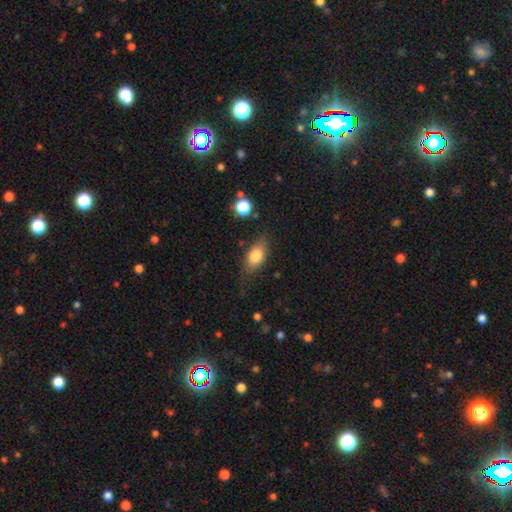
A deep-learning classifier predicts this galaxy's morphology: type=smooth (78%); roundness=in between (83%); merging=none (69%).